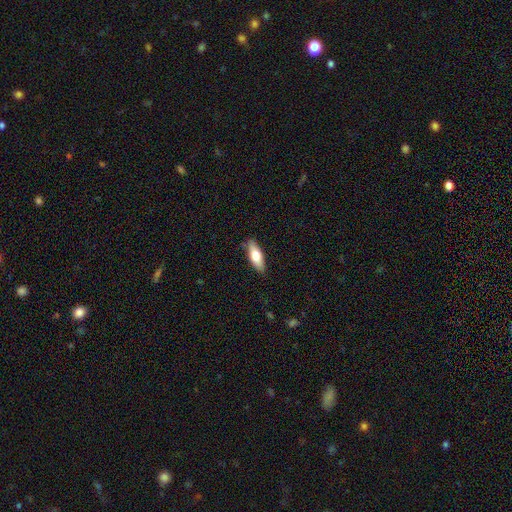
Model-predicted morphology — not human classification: Smooth or featured? Predicted: smooth (p=0.66). How rounded? Predicted: in between (p=0.64). Merging? Predicted: none (p=0.85).